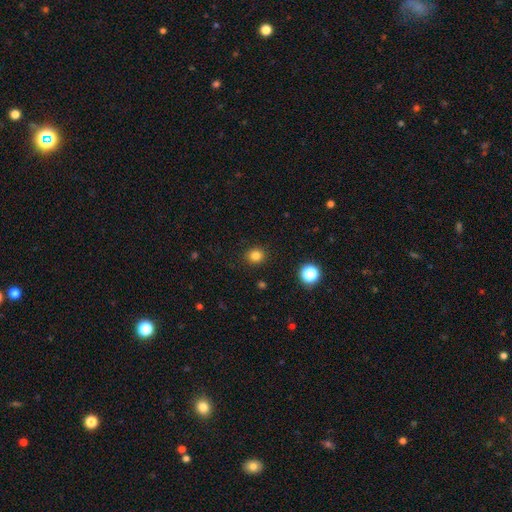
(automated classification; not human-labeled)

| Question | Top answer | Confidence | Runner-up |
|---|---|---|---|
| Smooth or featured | smooth | 82% | star or artifact (13%) |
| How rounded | round | 81% | in between (18%) |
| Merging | none | 90% | minor disturbance (7%) |